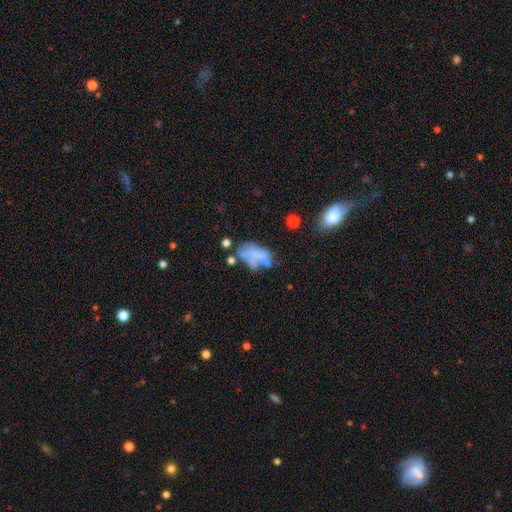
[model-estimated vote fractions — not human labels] This appears to be a smooth galaxy with no disk features (47%). Merging: none (29%, tied with major disturbance).